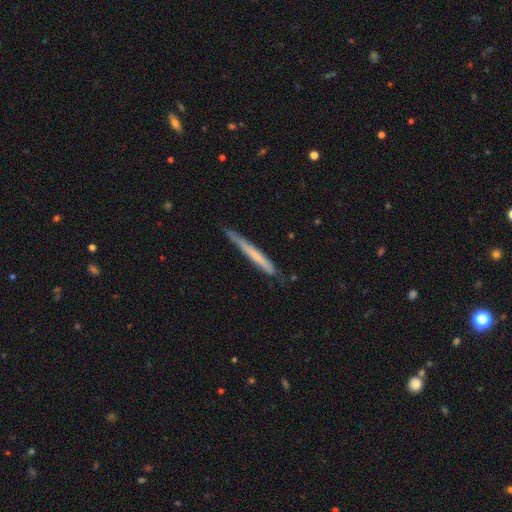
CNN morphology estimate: Smooth or featured? Predicted: smooth (p=0.55). How rounded? Predicted: cigar-shaped (p=0.97). Merging? Predicted: none (p=0.75).